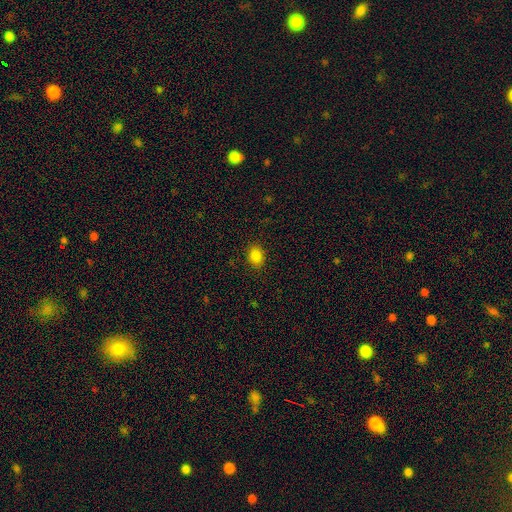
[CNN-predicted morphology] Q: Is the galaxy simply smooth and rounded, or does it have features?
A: smooth — 84%.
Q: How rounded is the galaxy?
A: in between — 60%.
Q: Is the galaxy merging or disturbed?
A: none — 88%.